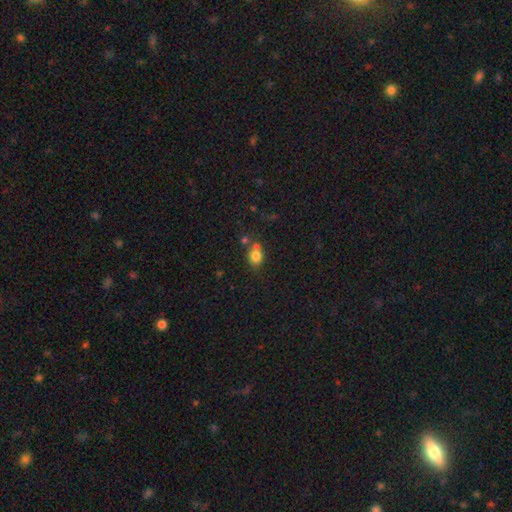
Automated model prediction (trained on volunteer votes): Smooth or featured? smooth (78%)
How rounded? round (58%)
Merging? none (48%)